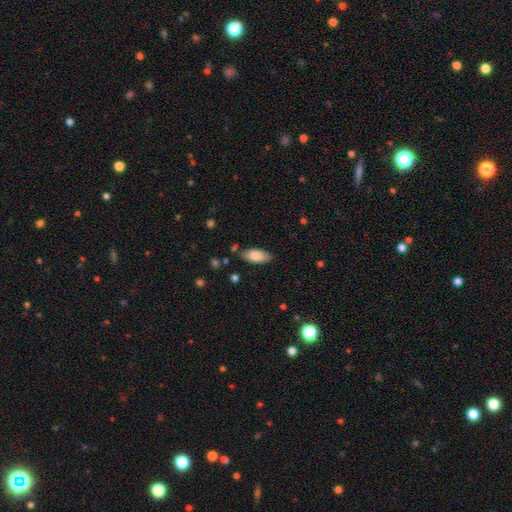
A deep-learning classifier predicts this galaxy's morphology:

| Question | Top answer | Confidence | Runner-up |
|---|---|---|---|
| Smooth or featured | smooth | 82% | featured or disk (11%) |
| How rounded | in between | 87% | cigar-shaped (11%) |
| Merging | none | 80% | minor disturbance (15%) |